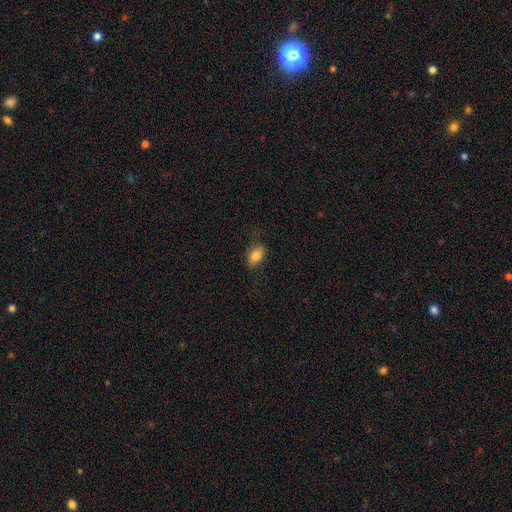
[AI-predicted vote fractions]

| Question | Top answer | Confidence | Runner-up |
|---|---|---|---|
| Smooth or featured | smooth | 83% | featured or disk (9%) |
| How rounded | in between | 87% | round (11%) |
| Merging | none | 76% | minor disturbance (18%) |